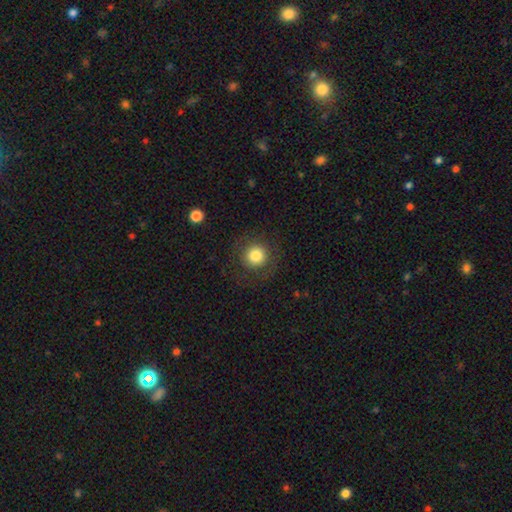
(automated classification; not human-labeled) A smooth galaxy with no disk features (80%) that is round (94%). Merging: none (86%).